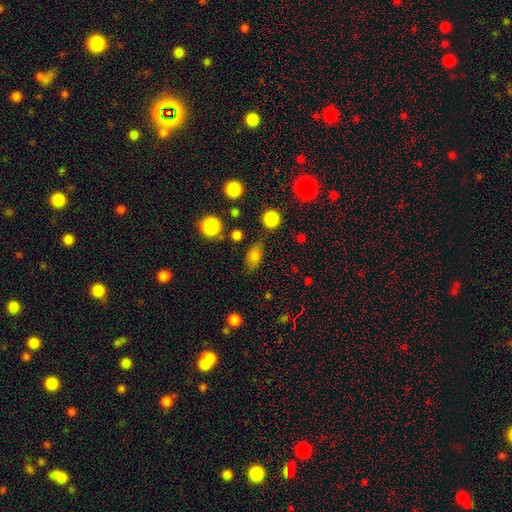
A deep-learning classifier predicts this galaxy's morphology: smooth-or-featured: smooth: 77% | star or artifact: 13% | featured or disk: 10%
  how-rounded: in between: 77% | round: 17% | cigar-shaped: 6%
  merging: none: 73% | minor disturbance: 18% | major disturbance: 6% | merger: 4%